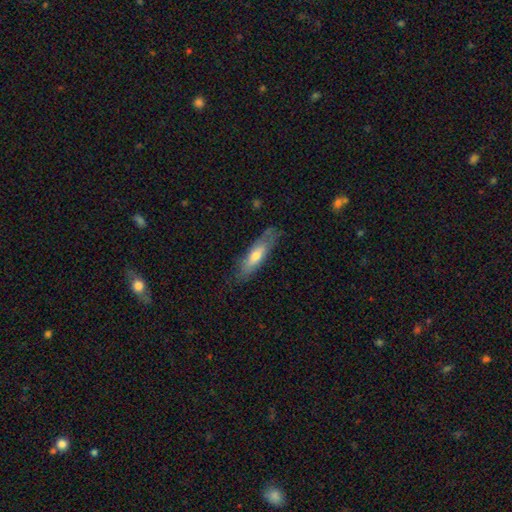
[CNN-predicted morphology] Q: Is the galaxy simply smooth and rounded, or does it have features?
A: smooth — 57%.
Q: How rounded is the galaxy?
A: cigar-shaped — 58%.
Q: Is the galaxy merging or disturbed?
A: none — 72%.